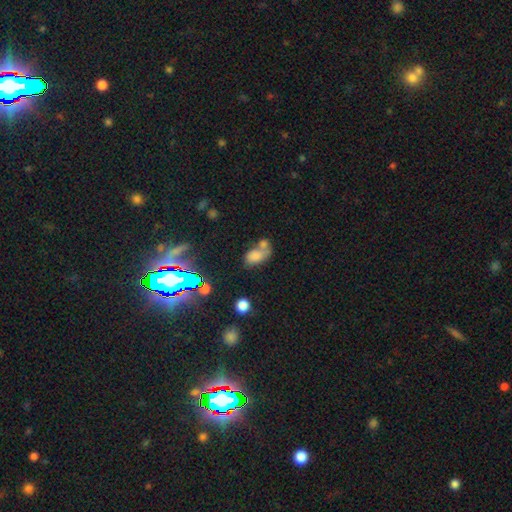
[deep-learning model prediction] A smooth galaxy with no disk features (71%) that is in between round and cigar-shaped (85%).

Vote fractions:
- Smooth or featured? smooth: 71% / star or artifact: 15% / featured or disk: 14%
- How rounded? in between: 85% / round: 13% / cigar-shaped: 2%
- Merging? merger: 52% / none: 26% / minor disturbance: 13% / major disturbance: 10%